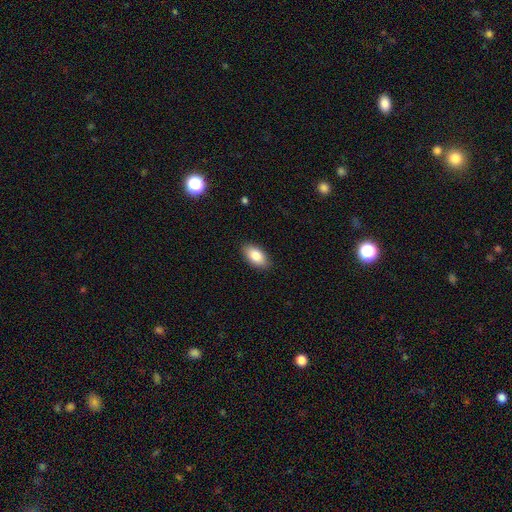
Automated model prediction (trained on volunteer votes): Morphology: type=smooth (84%); roundness=in between (94%); merging=none (88%).